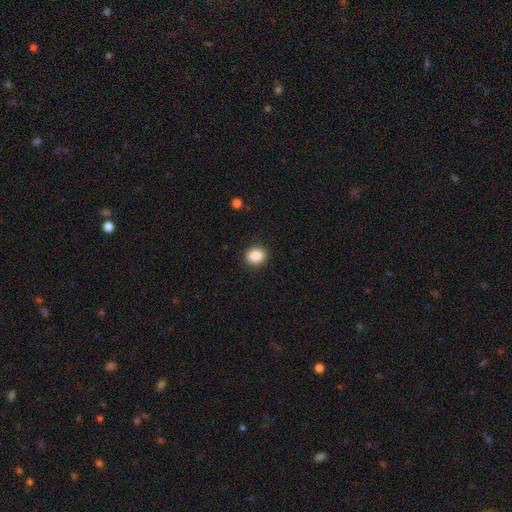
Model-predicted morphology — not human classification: smooth-or-featured: smooth: 88% | star or artifact: 9% | featured or disk: 3%
  how-rounded: round: 54% | in between: 45% | cigar-shaped: 1%
  merging: none: 89% | minor disturbance: 8% | major disturbance: 2% | merger: 1%